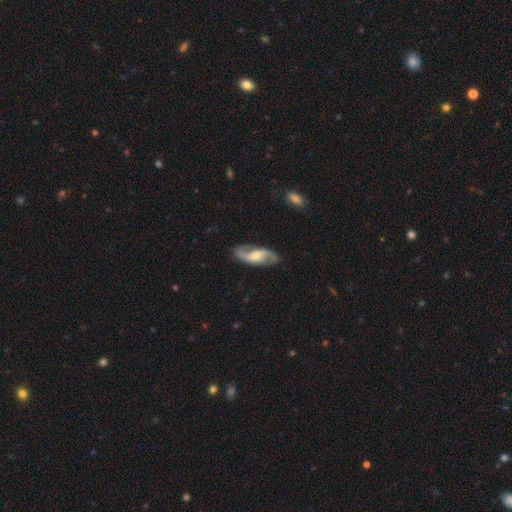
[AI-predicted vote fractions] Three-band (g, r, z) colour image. It shows a featured or disk galaxy (83%) with a weak bar (43%), 2 (92%) loose (51%) spiral arms (96%) and a moderate central bulge (52%). Merging: none (82%).